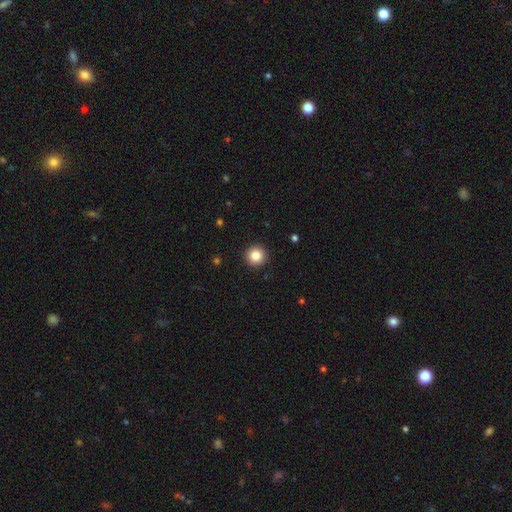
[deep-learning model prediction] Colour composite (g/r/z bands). It shows a smooth galaxy with no disk features (85%) that is round (96%). Merging: none (93%).